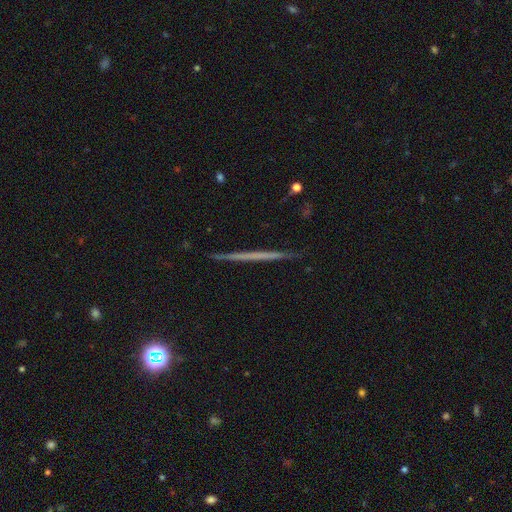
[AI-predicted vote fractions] smooth-or-featured: featured or disk: 58% | smooth: 34% | star or artifact: 8%
  disk-edge-on: yes: 98% | no: 2%
    edge-on-bulge: none: 93% | rounded: 5% | boxy: 2%
  merging: none: 91% | minor disturbance: 6% | major disturbance: 1% | merger: 1%